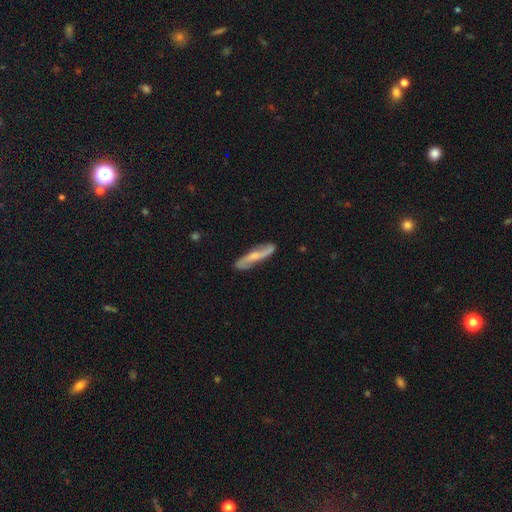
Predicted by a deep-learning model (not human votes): Overall: featured or disk (66%; smooth 28%). Edge-on disk: no (68%; yes 32%). Merging: none (83%).